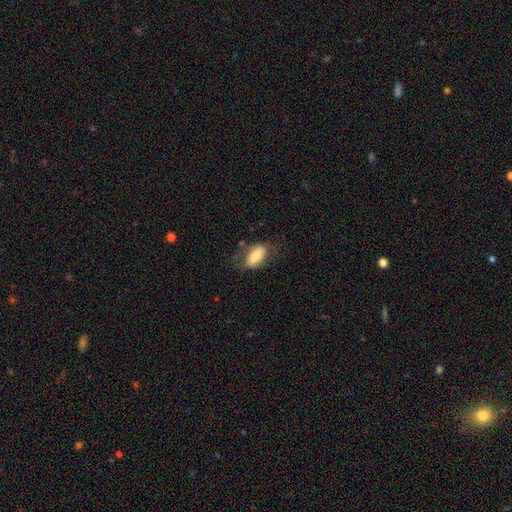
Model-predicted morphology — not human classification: smooth_or_featured: smooth (p=0.71) [alt: featured or disk p=0.22]
how_rounded: in between (p=0.91) [alt: round p=0.05]
merging: none (p=0.61) [alt: minor disturbance p=0.24]